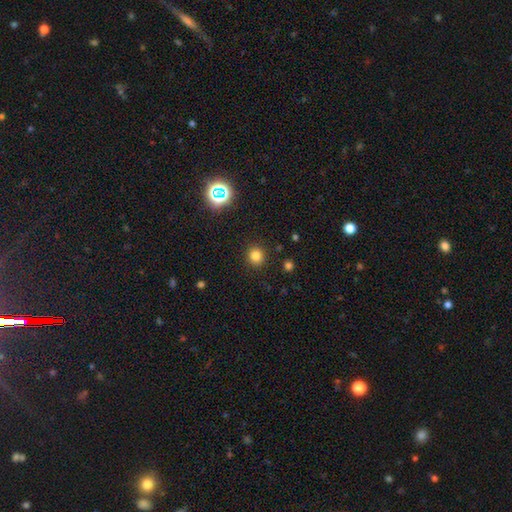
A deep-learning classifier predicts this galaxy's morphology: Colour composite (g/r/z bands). It shows a smooth galaxy with no disk features (79%) that is round (89%). Merging: none (90%).